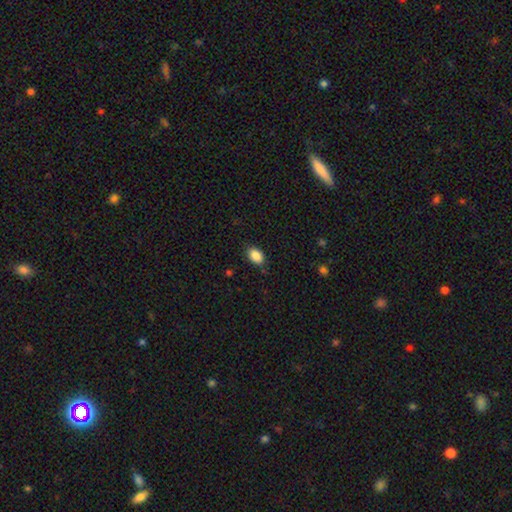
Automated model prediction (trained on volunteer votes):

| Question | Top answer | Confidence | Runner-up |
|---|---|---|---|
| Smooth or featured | smooth | 88% | star or artifact (8%) |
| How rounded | in between | 87% | round (12%) |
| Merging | none | 84% | minor disturbance (12%) |